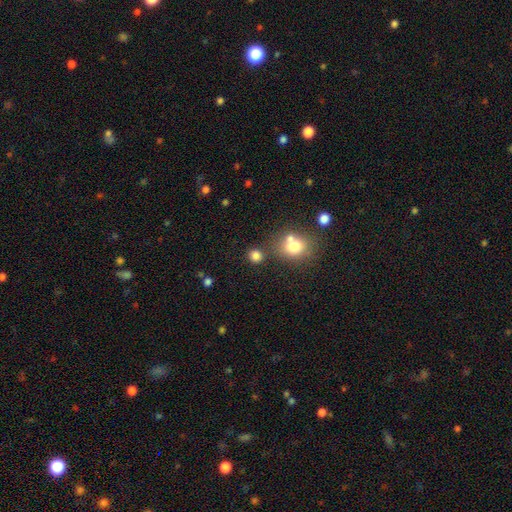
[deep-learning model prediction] Morphology: type=smooth (81%); roundness=round (82%); merging=none (74%).